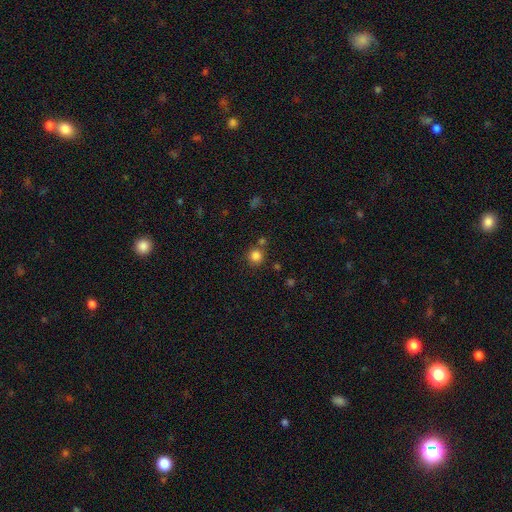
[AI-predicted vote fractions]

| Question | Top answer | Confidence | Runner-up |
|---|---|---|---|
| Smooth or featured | smooth | 83% | star or artifact (12%) |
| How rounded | round | 93% | in between (6%) |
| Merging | none | 77% | merger (11%) |